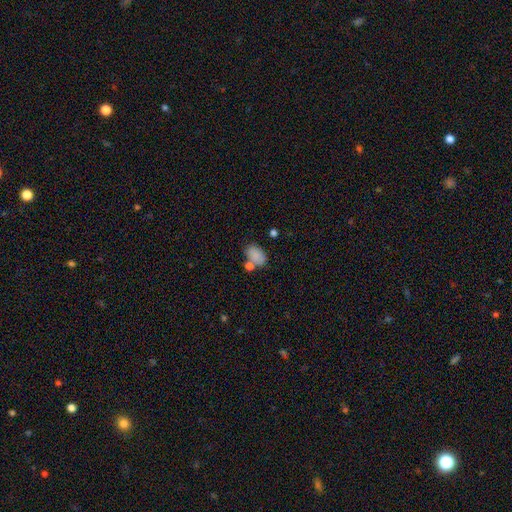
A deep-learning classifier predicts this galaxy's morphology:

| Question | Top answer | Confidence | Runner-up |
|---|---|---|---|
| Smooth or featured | smooth | 84% | star or artifact (9%) |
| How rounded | in between | 87% | round (11%) |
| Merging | none | 60% | merger (19%) |